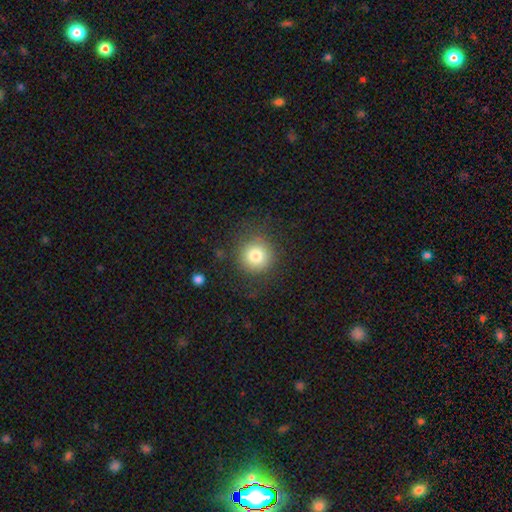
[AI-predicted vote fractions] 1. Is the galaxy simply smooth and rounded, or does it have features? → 80% smooth, 11% star or artifact, 9% featured or disk.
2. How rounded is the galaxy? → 94% round, 6% in between, 1% cigar-shaped.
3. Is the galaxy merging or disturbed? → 83% none, 10% minor disturbance, 6% major disturbance, 1% merger.